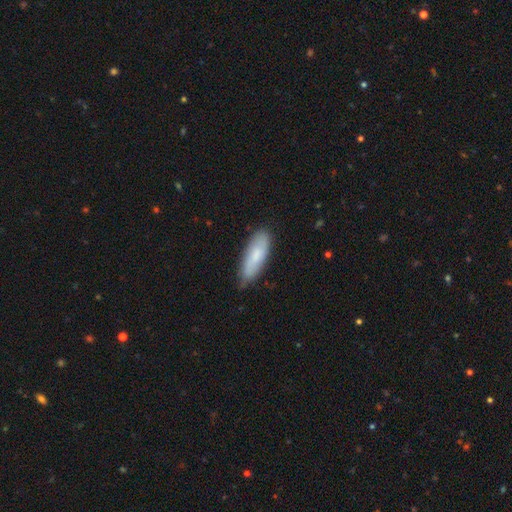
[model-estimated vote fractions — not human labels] The model was most divided on "how rounded": in between: 56%, cigar-shaped: 42%, round: 2%. More confident: merging — none (73%); smooth or featured — smooth (73%).